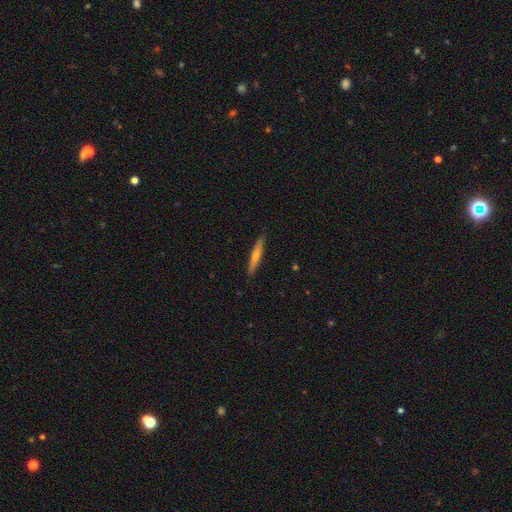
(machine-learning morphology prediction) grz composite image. It shows a featured or disk galaxy (52%) viewed edge-on (95%). Merging: none (90%).